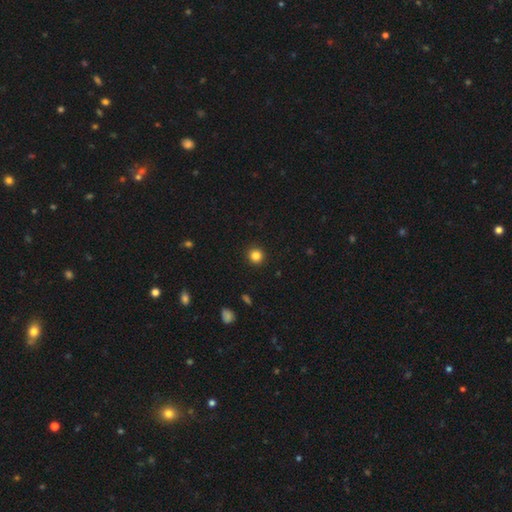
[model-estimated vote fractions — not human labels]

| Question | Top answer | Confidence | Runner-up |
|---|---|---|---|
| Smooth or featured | smooth | 84% | star or artifact (12%) |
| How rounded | round | 94% | in between (5%) |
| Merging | none | 92% | minor disturbance (5%) |